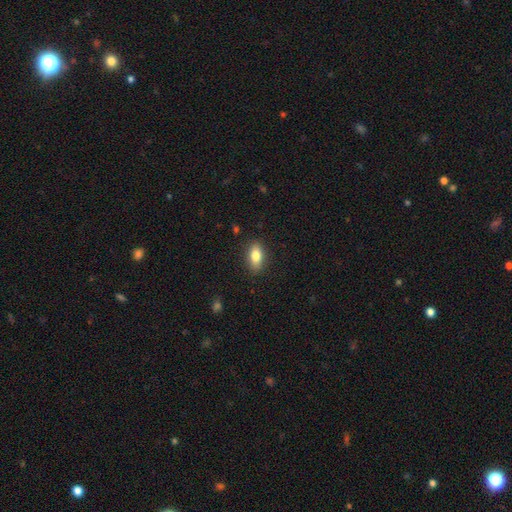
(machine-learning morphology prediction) Q: Smooth or featured?
A: smooth (81%); runner-up: featured or disk (12%)
Q: How rounded?
A: in between (85%); runner-up: cigar-shaped (8%)
Q: Merging?
A: none (87%); runner-up: minor disturbance (10%)